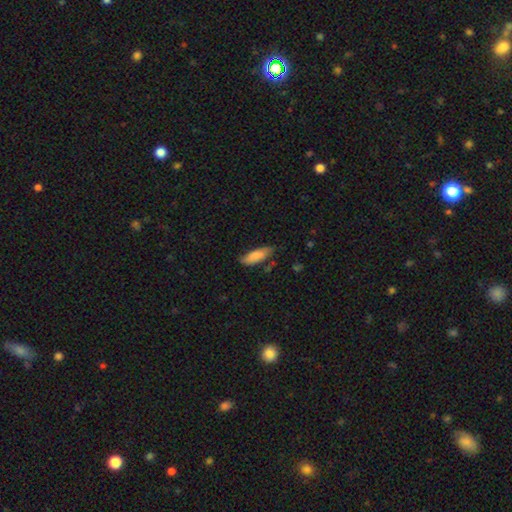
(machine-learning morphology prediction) smooth-or-featured: smooth: 81% | featured or disk: 13% | star or artifact: 6%
  how-rounded: in between: 66% | cigar-shaped: 32% | round: 2%
  merging: none: 69% | minor disturbance: 24% | major disturbance: 5% | merger: 2%